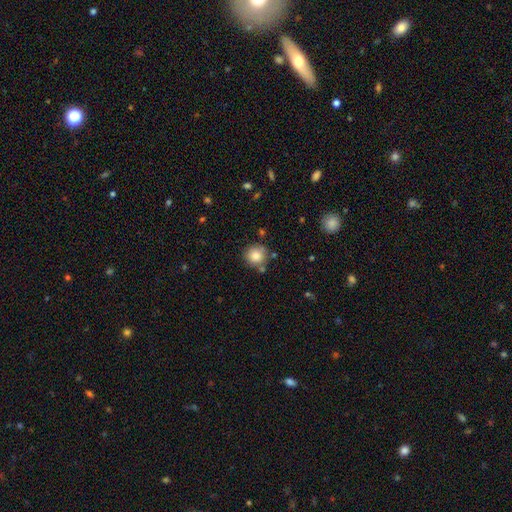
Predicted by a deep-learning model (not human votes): Smooth or featured? Predicted: smooth (p=0.83). How rounded? Predicted: round (p=0.92). Merging? Predicted: none (p=0.78).